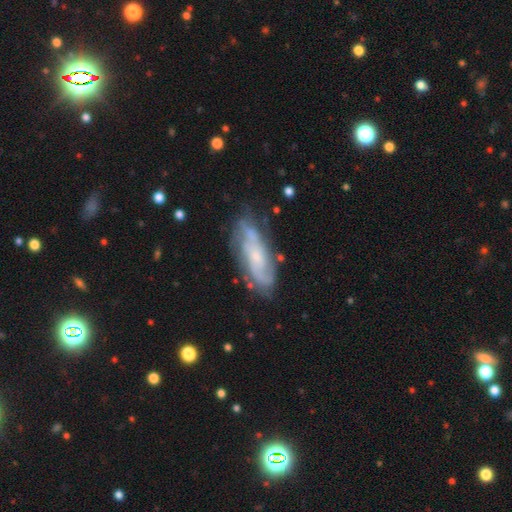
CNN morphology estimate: type=featured or disk (75%); edge-on=no (87%); bar=no (66%); spiral arms=yes (91%); winding=tight (49%); arm count=can't tell (39%); bulge=small (66%); merging=none (73%).